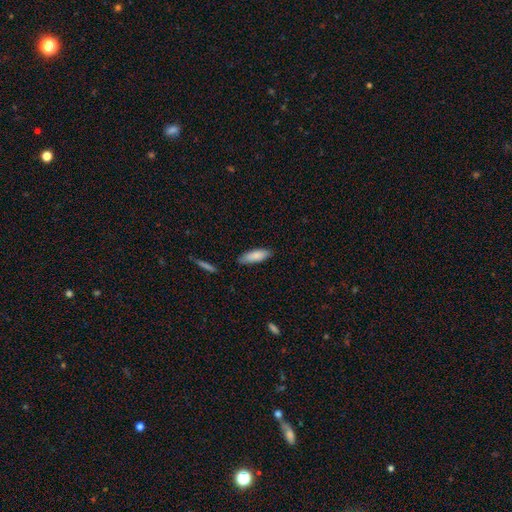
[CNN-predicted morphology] A smooth galaxy with no disk features (86%) that is in between round and cigar-shaped (57%). Merging: none (84%).